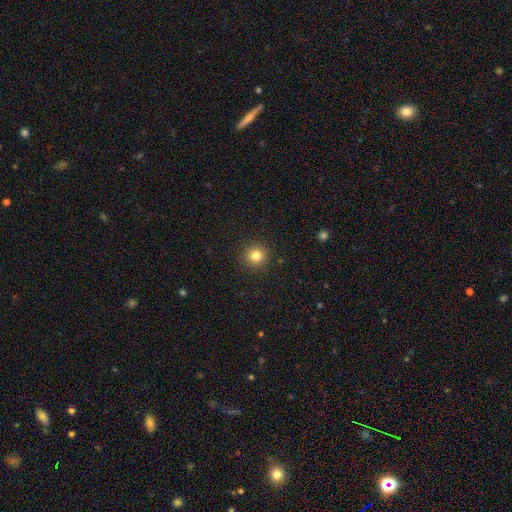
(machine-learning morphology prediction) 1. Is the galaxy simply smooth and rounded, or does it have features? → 81% smooth, 12% star or artifact, 6% featured or disk.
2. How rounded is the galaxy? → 95% round, 4% in between, 1% cigar-shaped.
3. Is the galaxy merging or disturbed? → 92% none, 5% minor disturbance, 2% major disturbance, 1% merger.